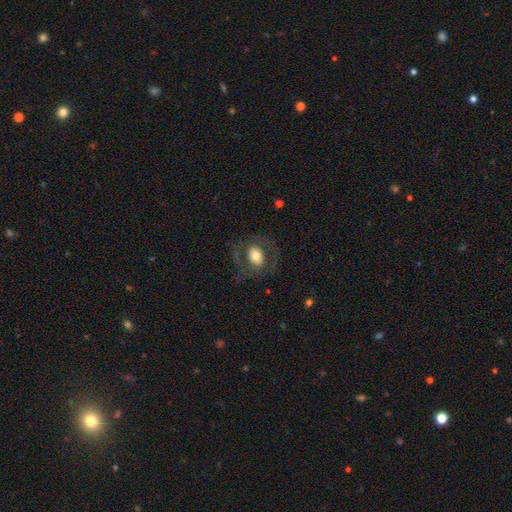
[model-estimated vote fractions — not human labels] This appears to be a smooth galaxy with no disk features (54%) that is in between round and cigar-shaped (59%). Merging: none (70%).